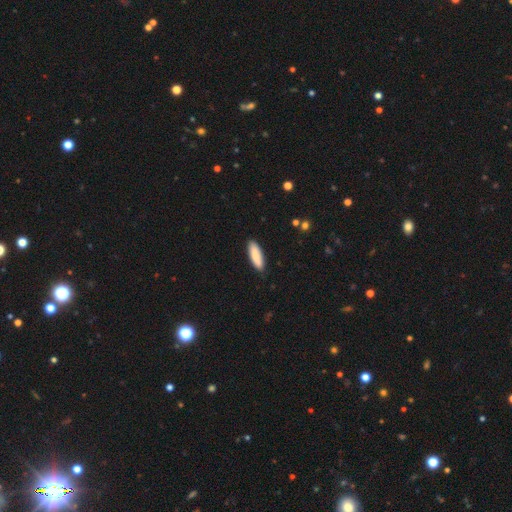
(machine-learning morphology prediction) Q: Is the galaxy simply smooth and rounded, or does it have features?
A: smooth — 87%.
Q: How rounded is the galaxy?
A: cigar-shaped — 52%.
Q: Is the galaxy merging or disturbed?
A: none — 89%.